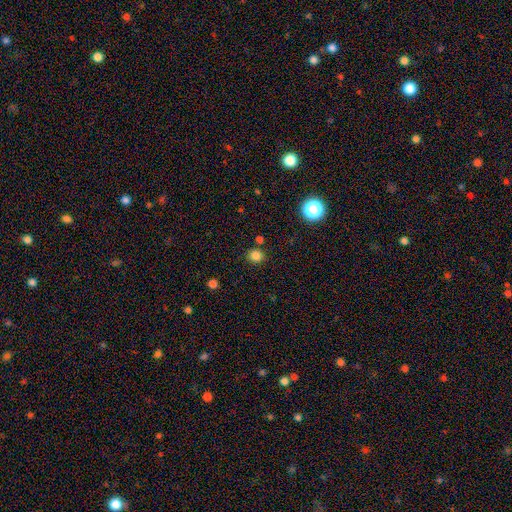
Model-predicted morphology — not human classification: A smooth galaxy with no disk features (81%) that is round (87%). Merging: none (84%).